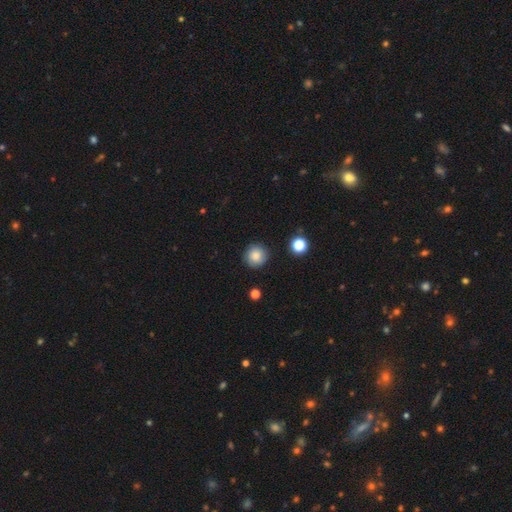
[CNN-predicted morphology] Smooth or featured?
  - smooth: 83% *
  - star or artifact: 9%
  - featured or disk: 8%
How rounded?
  - round: 93% *
  - in between: 6%
  - cigar-shaped: 1%
Merging?
  - none: 87% *
  - minor disturbance: 9%
  - major disturbance: 2%
  - merger: 2%